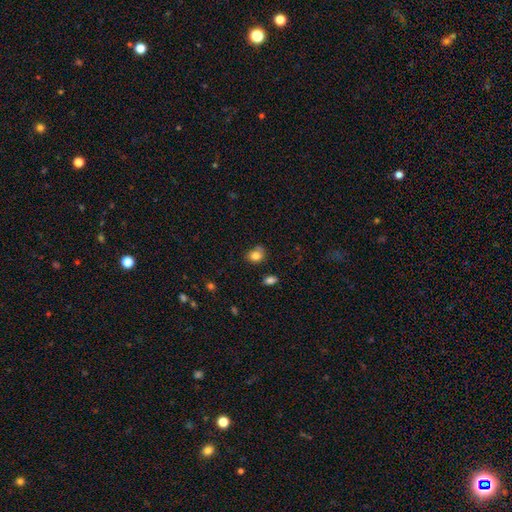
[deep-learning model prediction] Smooth or featured?
  - smooth: 81% *
  - star or artifact: 11%
  - featured or disk: 9%
How rounded?
  - in between: 52% *
  - round: 47%
  - cigar-shaped: 1%
Merging?
  - none: 59% *
  - minor disturbance: 26%
  - merger: 8%
  - major disturbance: 7%